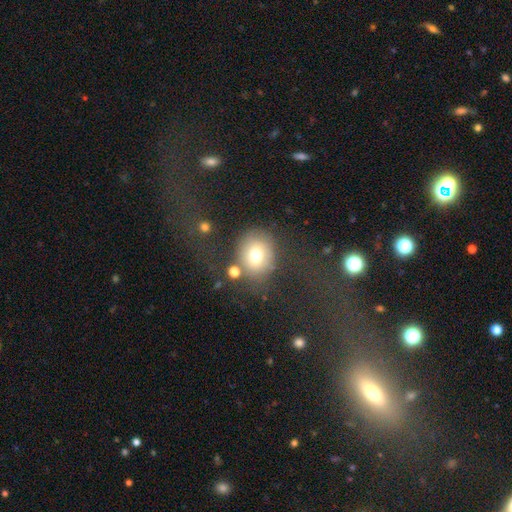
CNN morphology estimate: The model was most divided on "how rounded": round: 64%, in between: 35%, cigar-shaped: 1%. More confident: smooth or featured — smooth (73%); merging — none (67%).